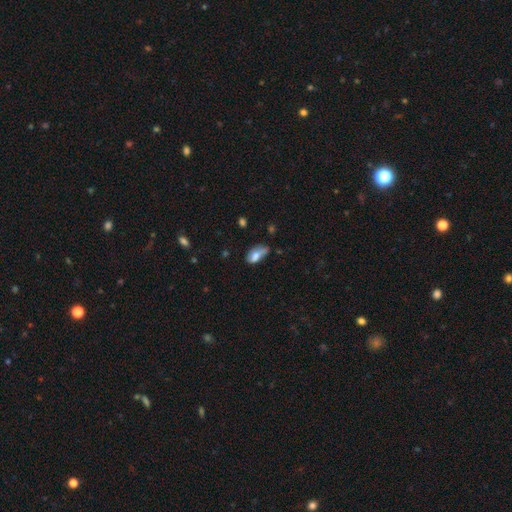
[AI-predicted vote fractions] The model was most divided on "merging": minor disturbance: 39%, none: 33%, major disturbance: 19%, merger: 9%. More confident: how rounded — in between (90%); smooth or featured — smooth (67%).